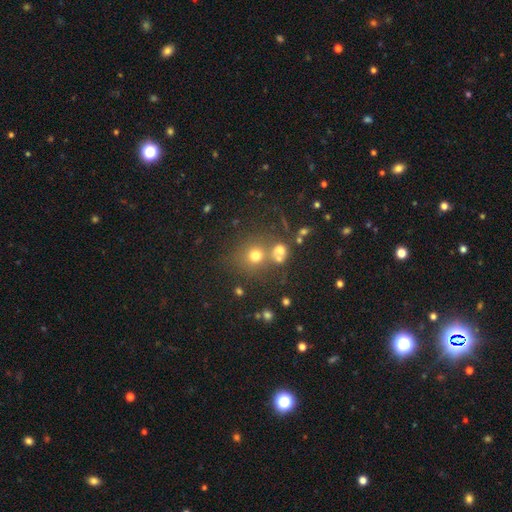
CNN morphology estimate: This is likely a smooth galaxy (70%). How rounded: clearly round (86%). Merging: likely none (62%).